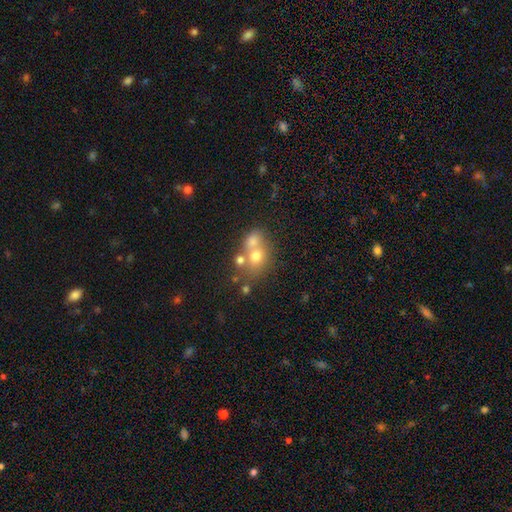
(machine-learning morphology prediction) Smooth or featured: smooth — 64% (featured or disk — 21%)
How rounded: round — 59% (in between — 40%)
Merging: merger — 49% (none — 36%)